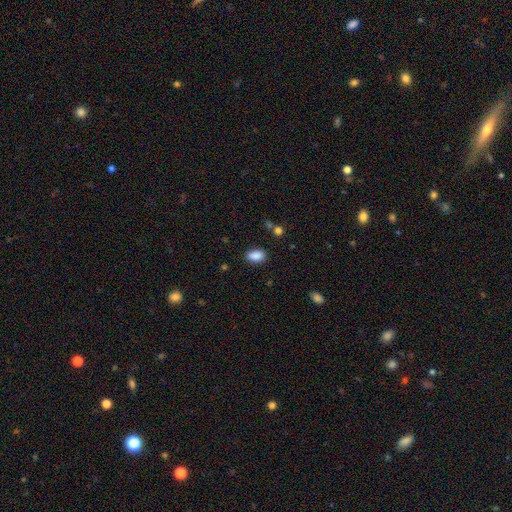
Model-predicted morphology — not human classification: Q: Smooth or featured?
A: smooth (88%); runner-up: star or artifact (8%)
Q: How rounded?
A: in between (91%); runner-up: round (7%)
Q: Merging?
A: none (83%); runner-up: minor disturbance (12%)